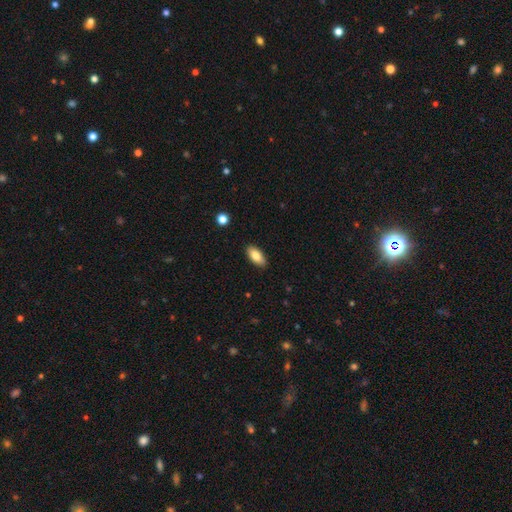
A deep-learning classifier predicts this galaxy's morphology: smooth 82%, featured or disk 11%, star or artifact 7%. Down the decision tree: how rounded — in between (89%); merging — none (88%).